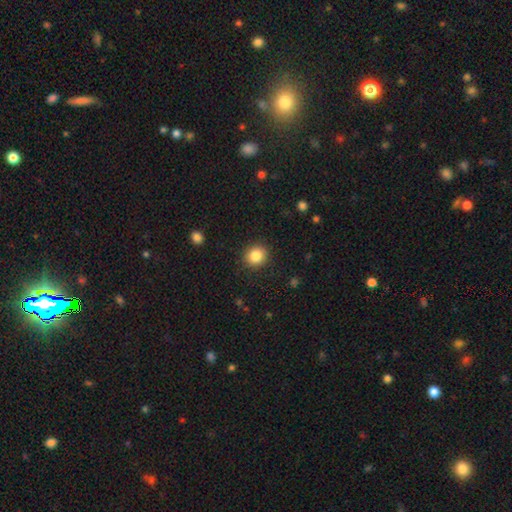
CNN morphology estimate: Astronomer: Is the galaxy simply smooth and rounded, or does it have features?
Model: smooth — 85%.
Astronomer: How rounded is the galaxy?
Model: round — 82%.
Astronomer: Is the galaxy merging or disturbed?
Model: none — 90%.